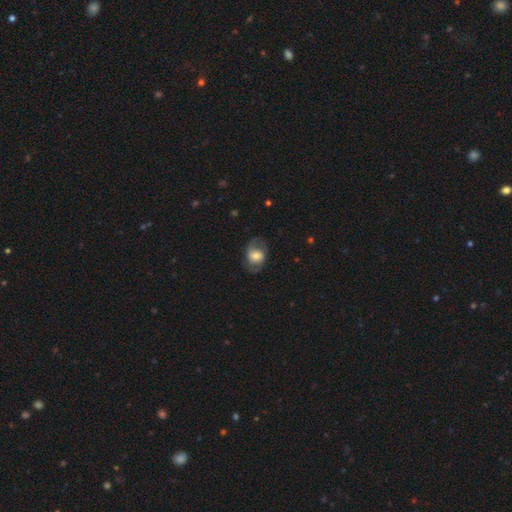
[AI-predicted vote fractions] Morphology: type=featured or disk (52%); edge-on=no (95%); merging=none (70%).